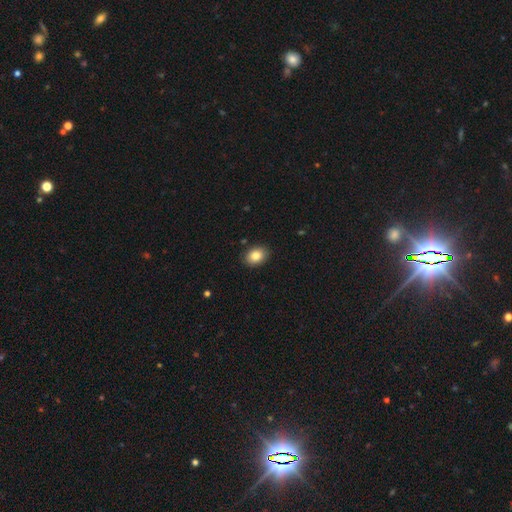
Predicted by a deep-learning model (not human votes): Smooth or featured?
  - smooth: 84% *
  - star or artifact: 8%
  - featured or disk: 7%
How rounded?
  - in between: 73% *
  - round: 26%
  - cigar-shaped: 1%
Merging?
  - none: 89% *
  - minor disturbance: 8%
  - major disturbance: 2%
  - merger: 1%